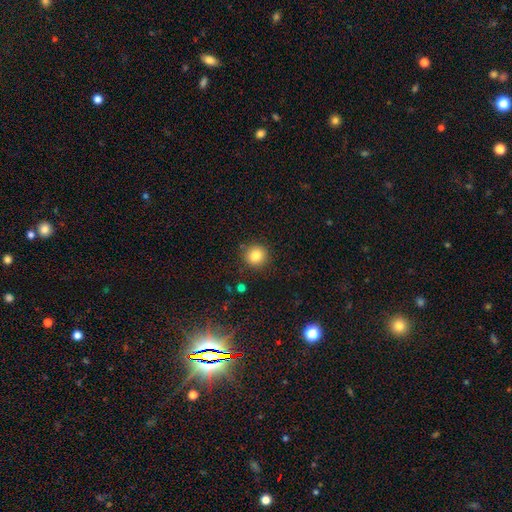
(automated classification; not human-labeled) Q: Smooth or featured?
A: smooth (83%); runner-up: star or artifact (11%)
Q: How rounded?
A: round (92%); runner-up: in between (7%)
Q: Merging?
A: none (89%); runner-up: minor disturbance (7%)